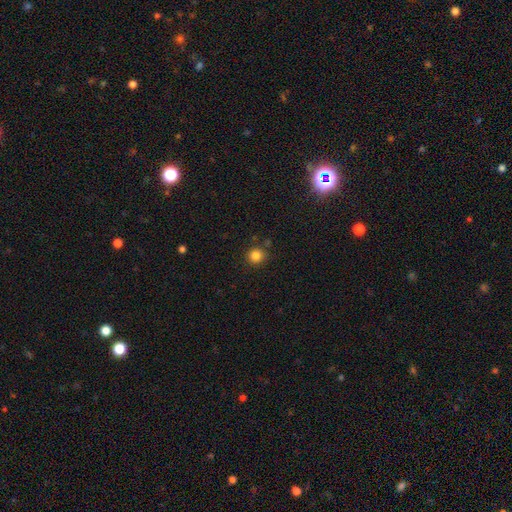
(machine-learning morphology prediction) Smooth or featured? smooth (84%)
How rounded? round (92%)
Merging? none (85%)